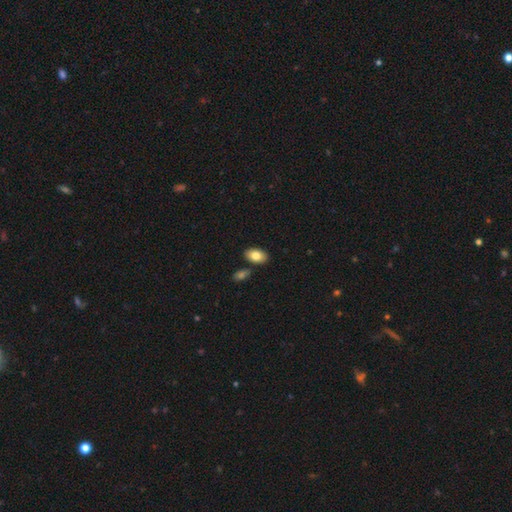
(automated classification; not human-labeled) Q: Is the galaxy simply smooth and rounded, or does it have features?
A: smooth — 82%.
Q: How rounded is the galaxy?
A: in between — 93%.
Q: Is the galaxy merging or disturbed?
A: none — 82%.